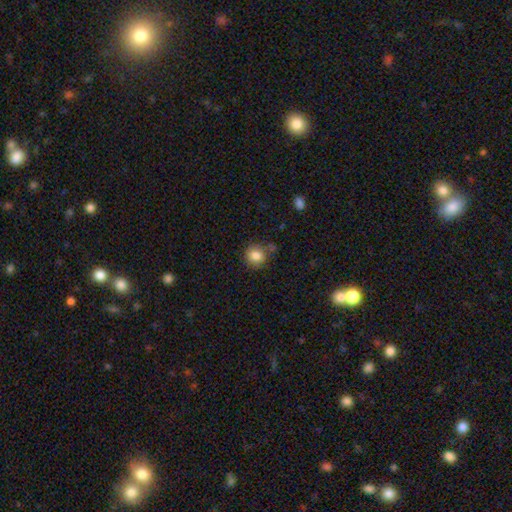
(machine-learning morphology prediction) smooth-or-featured: smooth: 84% | star or artifact: 10% | featured or disk: 6%
  how-rounded: round: 87% | in between: 12% | cigar-shaped: 1%
  merging: none: 74% | minor disturbance: 16% | merger: 6% | major disturbance: 4%